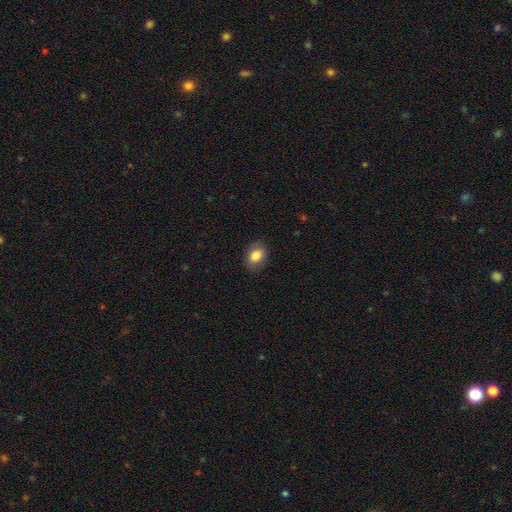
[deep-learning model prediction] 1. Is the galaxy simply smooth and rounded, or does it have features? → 84% smooth, 8% star or artifact, 8% featured or disk.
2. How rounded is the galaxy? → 76% in between, 23% round, 1% cigar-shaped.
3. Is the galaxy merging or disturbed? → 86% none, 10% minor disturbance, 3% major disturbance, 1% merger.